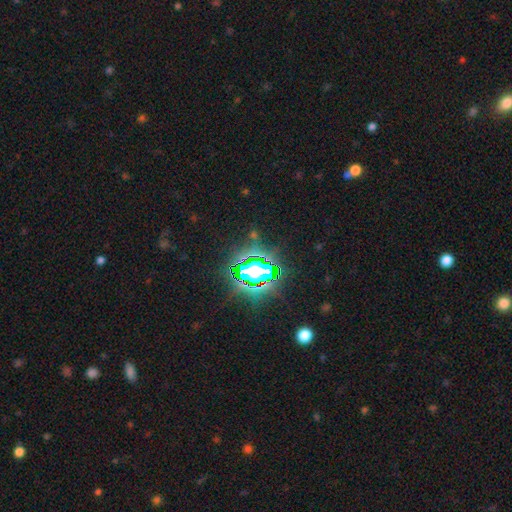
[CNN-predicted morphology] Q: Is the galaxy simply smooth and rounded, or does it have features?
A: star or artifact — 75%.